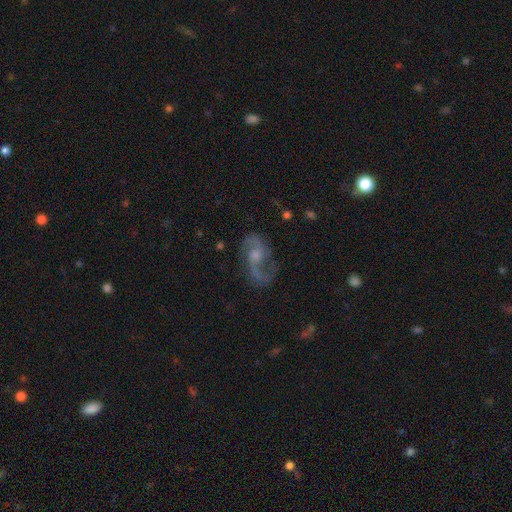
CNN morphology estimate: Q: Smooth or featured?
A: featured or disk (86%); runner-up: smooth (7%)
Q: Edge-on disk?
A: no (97%); runner-up: yes (3%)
Q: Bar?
A: no (54%); runner-up: weak (39%)
Q: Spiral arms?
A: yes (96%); runner-up: no (4%)
Q: Spiral winding?
A: loose (48%); runner-up: medium (43%)
Q: Spiral arm count?
A: 2 (90%); runner-up: can't tell (3%)
Q: Bulge size?
A: moderate (45%); runner-up: small (39%)
Q: Merging?
A: none (73%); runner-up: minor disturbance (16%)